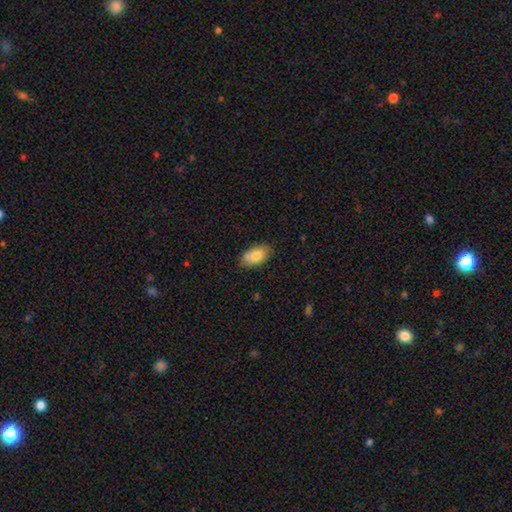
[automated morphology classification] A smooth galaxy with no disk features (79%) that is in between round and cigar-shaped (91%).

Vote fractions:
- Smooth or featured? smooth: 79% / featured or disk: 14% / star or artifact: 7%
- How rounded? in between: 91% / round: 6% / cigar-shaped: 2%
- Merging? none: 70% / minor disturbance: 17% / merger: 11% / major disturbance: 3%